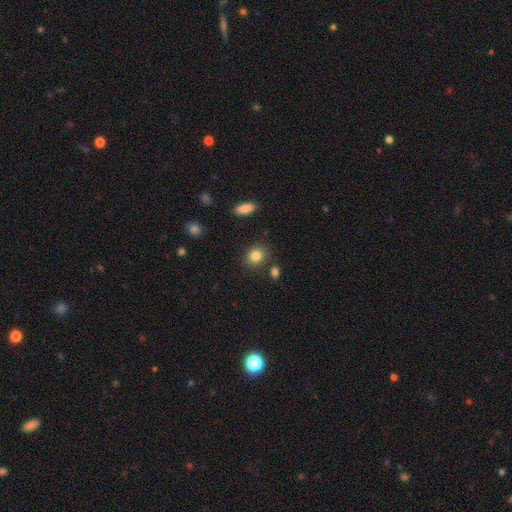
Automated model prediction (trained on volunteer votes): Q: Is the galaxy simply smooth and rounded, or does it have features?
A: smooth — 84%.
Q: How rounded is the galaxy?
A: round — 60%.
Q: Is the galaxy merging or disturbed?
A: none — 83%.